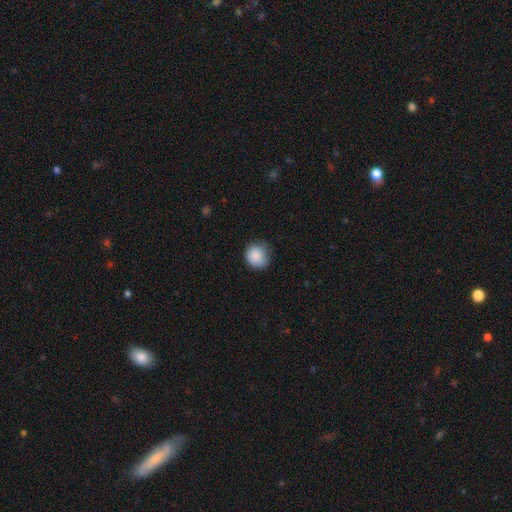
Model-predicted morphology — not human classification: Q: Smooth or featured?
A: smooth (88%); runner-up: star or artifact (8%)
Q: How rounded?
A: round (84%); runner-up: in between (16%)
Q: Merging?
A: none (70%); runner-up: minor disturbance (24%)